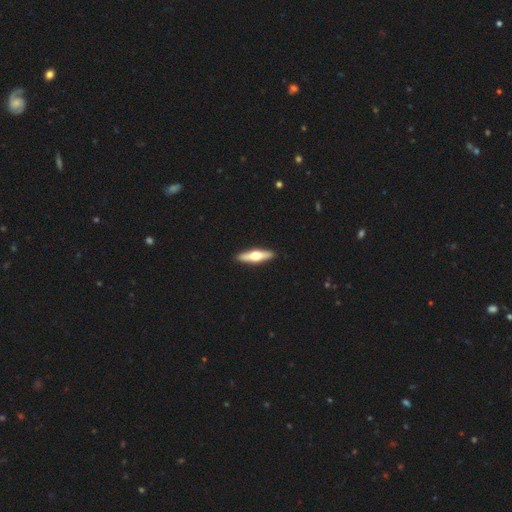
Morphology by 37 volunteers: A featured or disk galaxy (70%) viewed edge-on (96%) with a rounded central bulge (100%).

Vote fractions:
- Smooth or featured? featured or disk: 70% / smooth: 24% / star or artifact: 5%
- Edge-on disk? yes: 96% / no: 4%
- Edge-on bulge? rounded: 100% / boxy: 0% / none: 0%
- Merging? none: 100% / minor disturbance: 0% / major disturbance: 0% / merger: 0%